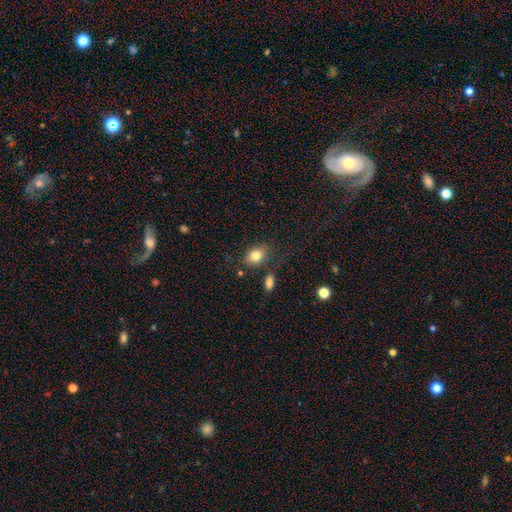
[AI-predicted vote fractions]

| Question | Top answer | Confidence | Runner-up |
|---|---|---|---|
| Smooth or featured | smooth | 81% | star or artifact (9%) |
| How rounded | in between | 67% | round (31%) |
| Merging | none | 74% | minor disturbance (15%) |